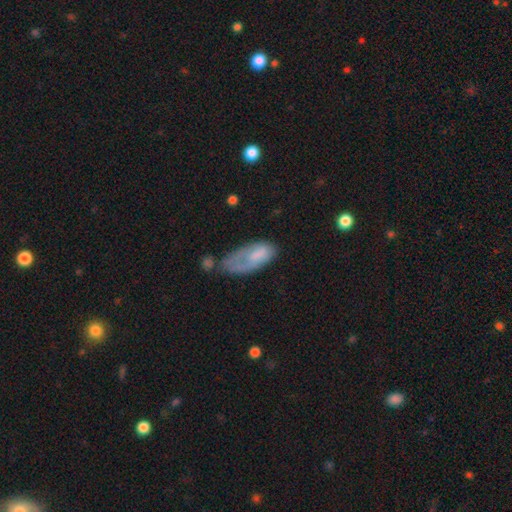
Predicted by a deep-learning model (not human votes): Smooth or featured?
  - smooth: 65% *
  - featured or disk: 28%
  - star or artifact: 7%
How rounded?
  - in between: 85% *
  - cigar-shaped: 12%
  - round: 3%
Merging?
  - major disturbance: 32% *
  - none: 30%
  - minor disturbance: 30%
  - merger: 7%